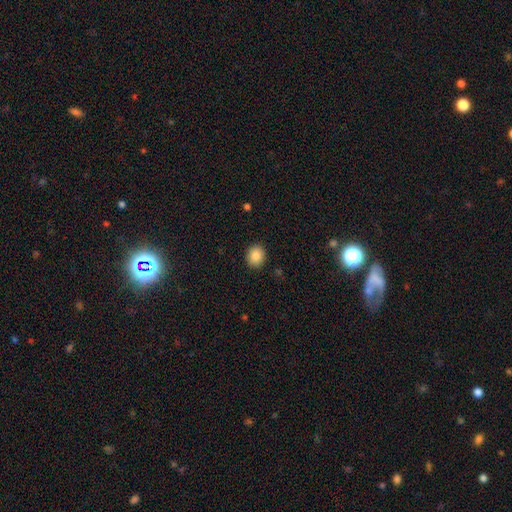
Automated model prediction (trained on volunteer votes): This is clearly a smooth galaxy (87%). How rounded: likely round (64%). Merging: clearly none (90%).